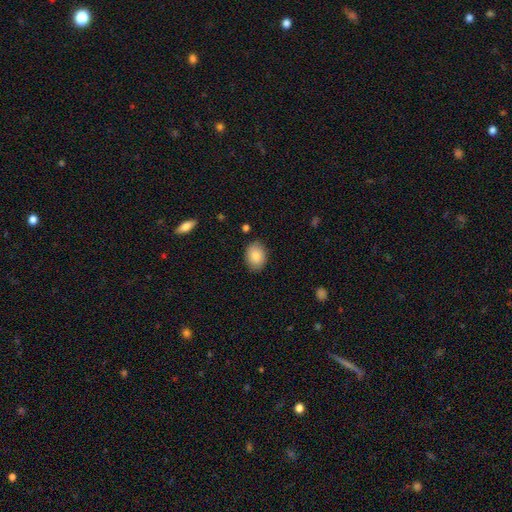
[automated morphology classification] This is clearly a smooth galaxy (84%). How rounded: likely in between (73%). Merging: clearly none (84%).